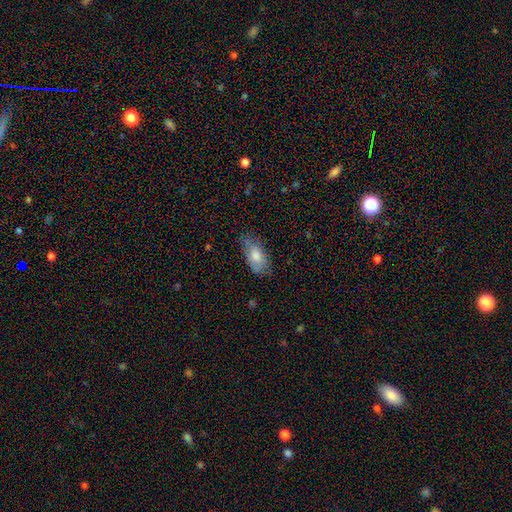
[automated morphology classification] Overall: smooth (70%). How rounded: in between (88%). Merging: none (66%; minor disturbance 26%).